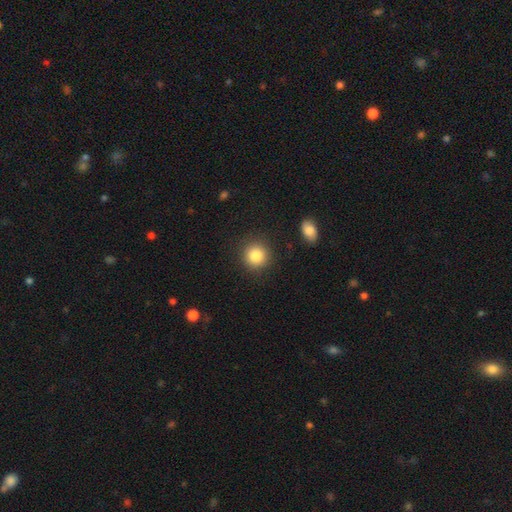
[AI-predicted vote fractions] smooth-or-featured: smooth: 85% | star or artifact: 9% | featured or disk: 6%
  how-rounded: round: 91% | in between: 8% | cigar-shaped: 1%
  merging: none: 88% | minor disturbance: 7% | major disturbance: 3% | merger: 2%